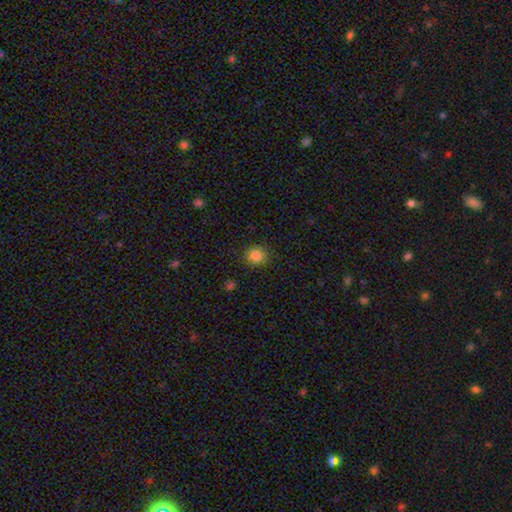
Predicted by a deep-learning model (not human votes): The model was most divided on "how rounded": round: 86%, in between: 13%, cigar-shaped: 1%. More confident: merging — none (88%); smooth or featured — smooth (84%).